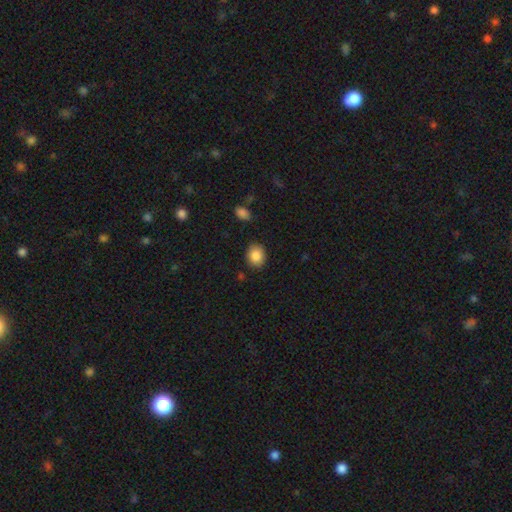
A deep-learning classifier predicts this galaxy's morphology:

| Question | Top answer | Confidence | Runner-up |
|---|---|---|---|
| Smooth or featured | smooth | 87% | star or artifact (8%) |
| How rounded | round | 56% | in between (43%) |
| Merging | none | 85% | minor disturbance (10%) |